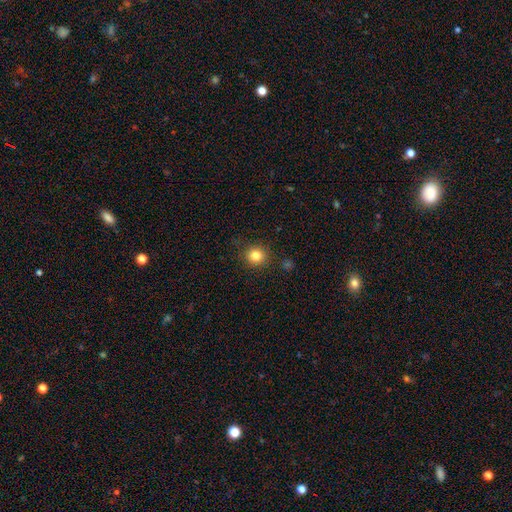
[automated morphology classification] Smooth or featured? Predicted: smooth (p=0.83). How rounded? Predicted: round (p=0.89). Merging? Predicted: none (p=0.87).